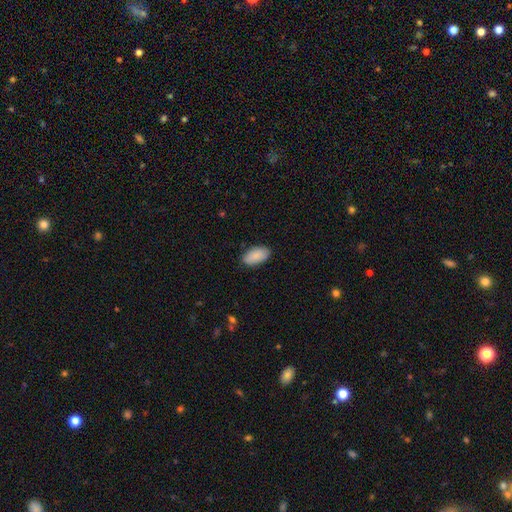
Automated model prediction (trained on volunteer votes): Smooth or featured?
  - smooth: 88% *
  - star or artifact: 6%
  - featured or disk: 6%
How rounded?
  - in between: 95% *
  - round: 3%
  - cigar-shaped: 3%
Merging?
  - none: 87% *
  - minor disturbance: 10%
  - major disturbance: 2%
  - merger: 1%